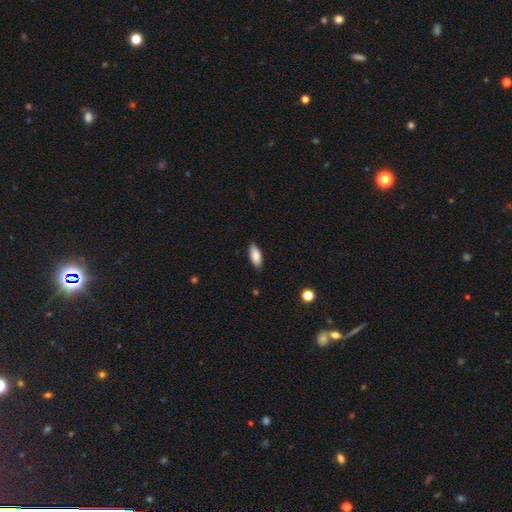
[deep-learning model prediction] Overall: smooth (88%). How rounded: in between (86%). Merging: none (85%).